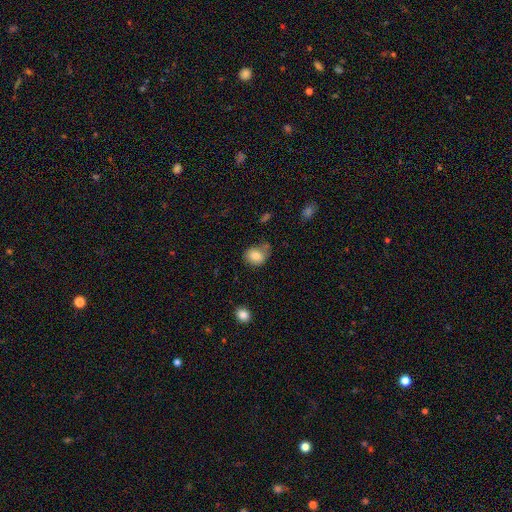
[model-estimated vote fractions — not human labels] Overall: smooth (82%). How rounded: round (66%; in between 33%). Merging: none (61%; minor disturbance 23%).